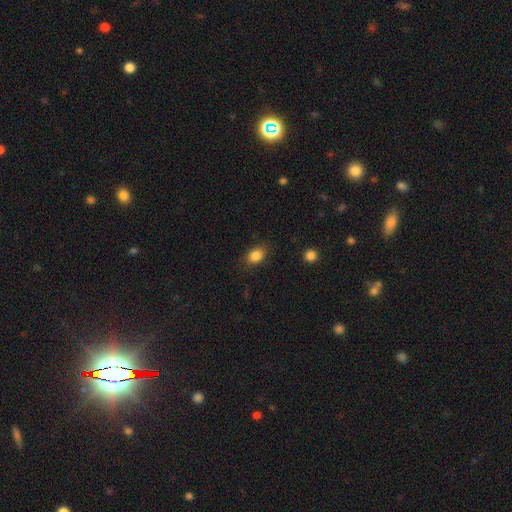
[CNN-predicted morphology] The model was most divided on "how rounded": in between: 69%, round: 29%, cigar-shaped: 2%. More confident: smooth or featured — smooth (85%); merging — none (82%).